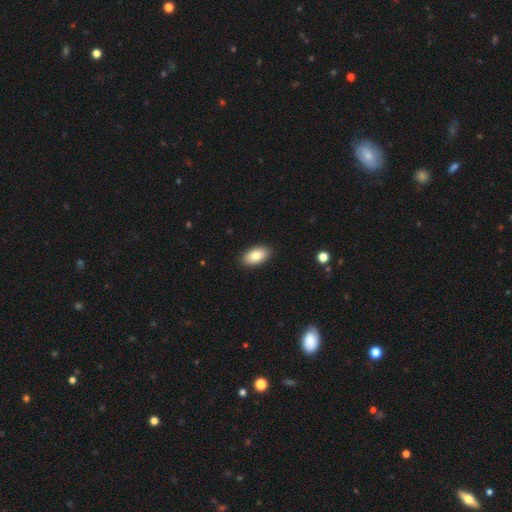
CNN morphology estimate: Smooth or featured? smooth (81%)
How rounded? in between (94%)
Merging? none (90%)